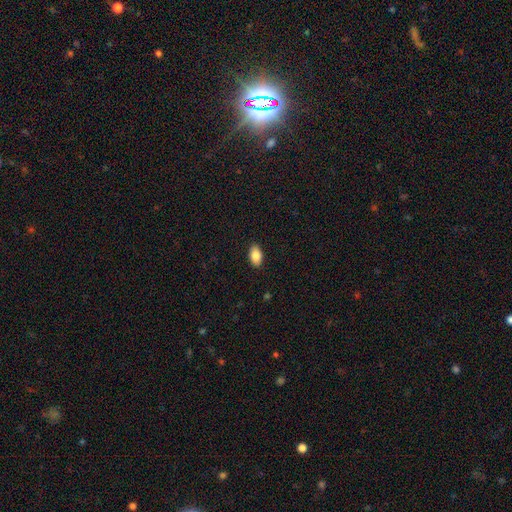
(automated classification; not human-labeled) This appears to be a smooth galaxy with no disk features (85%) that is in between round and cigar-shaped (92%). Merging: none (90%).